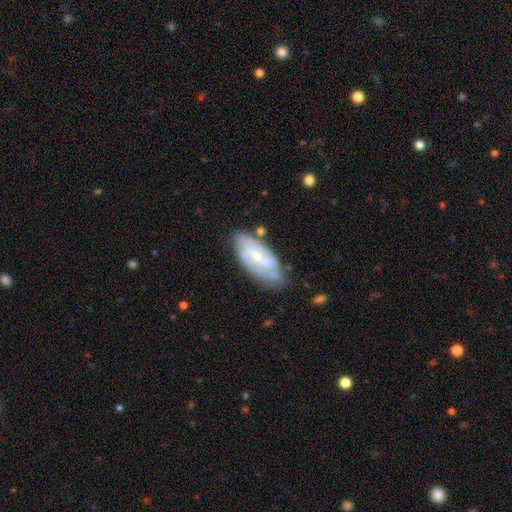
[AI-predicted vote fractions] This is likely a featured or disk galaxy (77%). It is clearly not viewed edge-on (94%). Bar: possibly no (47%). Spiral arm pattern: clearly yes (93%). Spiral arm count: marginally 2 (39%). Spiral winding: possibly tight (47%). Central bulge: likely small (66%). Merging: likely none (72%).